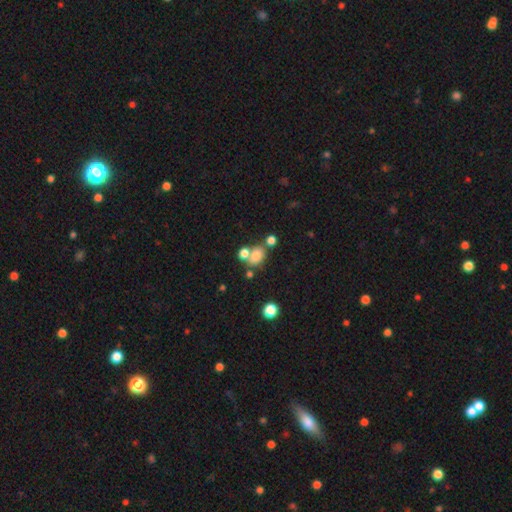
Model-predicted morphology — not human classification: Overall: smooth (75%). How rounded: in between (61%; round 37%). Merging: none (46%; merger 36%).